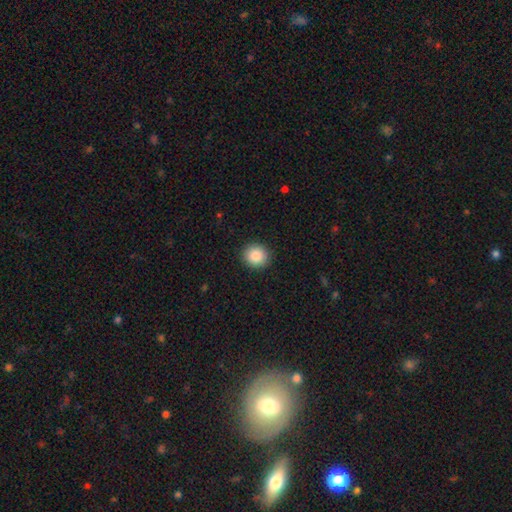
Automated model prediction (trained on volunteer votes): This is clearly a smooth galaxy (87%). How rounded: clearly round (88%). Merging: clearly none (92%).